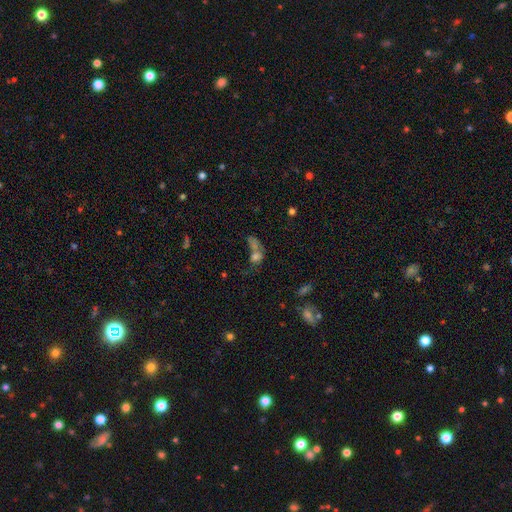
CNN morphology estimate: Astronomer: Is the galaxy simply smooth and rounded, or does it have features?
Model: smooth — 50% (runner-up: star or artifact, 29%).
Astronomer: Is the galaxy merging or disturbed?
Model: merger — 49% (runner-up: none, 27%).